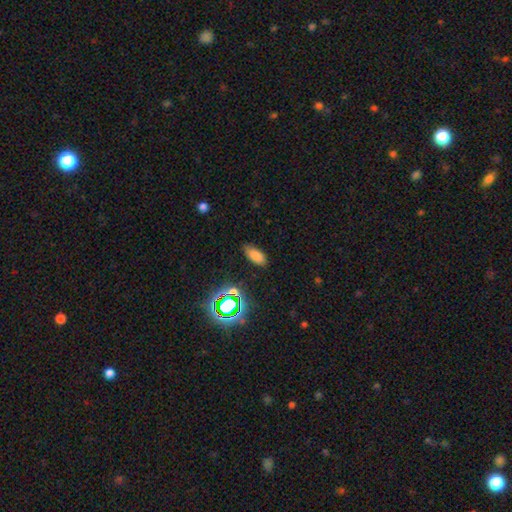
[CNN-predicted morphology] A smooth galaxy with no disk features (76%) that is in between round and cigar-shaped (88%). Merging: none (82%).